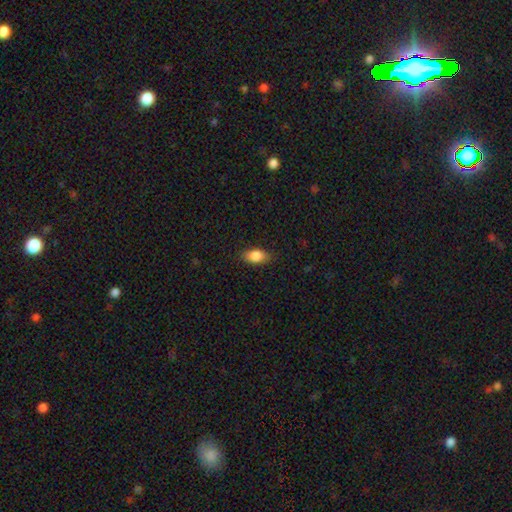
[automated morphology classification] Smooth or featured? Predicted: smooth (p=0.85). How rounded? Predicted: in between (p=0.87). Merging? Predicted: none (p=0.85).